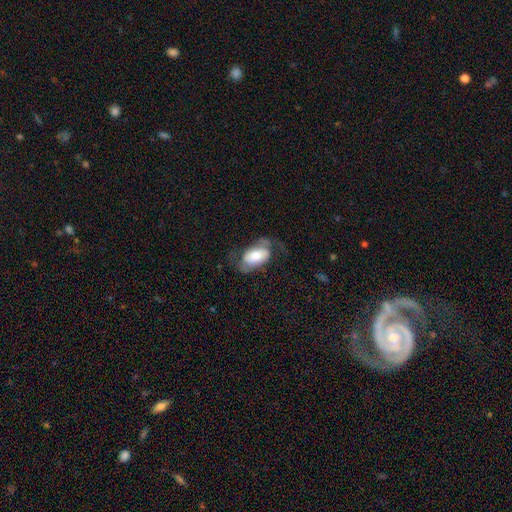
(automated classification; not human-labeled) smooth_or_featured: featured or disk (p=0.48) [alt: smooth p=0.45]
merging: none (p=0.51) [alt: major disturbance p=0.25]